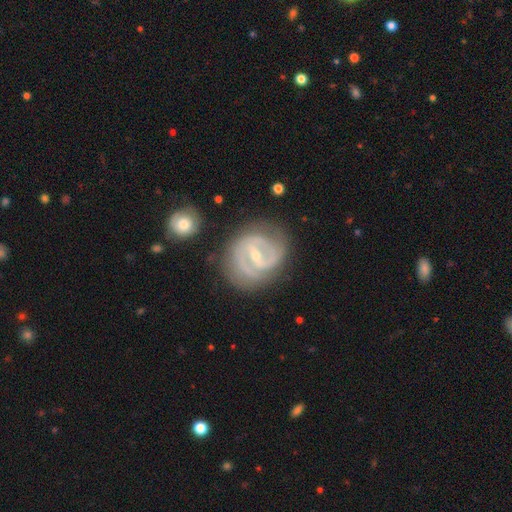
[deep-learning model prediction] Smooth or featured? featured or disk (86%)
Edge-on disk? no (97%)
Bar? strong (50%)
Spiral arms? yes (91%)
Spiral winding? tight (49%)
Spiral arm count? 2 (70%)
Bulge size? small (61%)
Merging? none (70%)